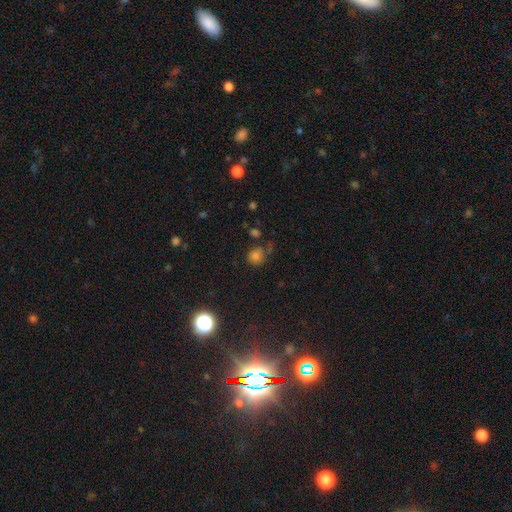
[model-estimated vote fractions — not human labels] Smooth or featured? smooth (71%)
How rounded? round (80%)
Merging? none (58%)